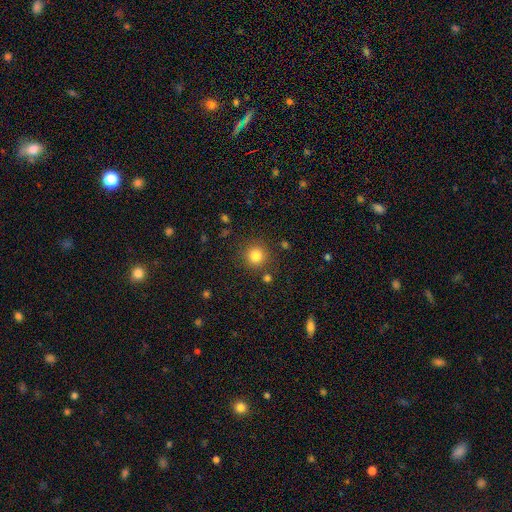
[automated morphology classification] This appears to be a smooth galaxy with no disk features (82%) that is round (94%). Merging: none (86%).